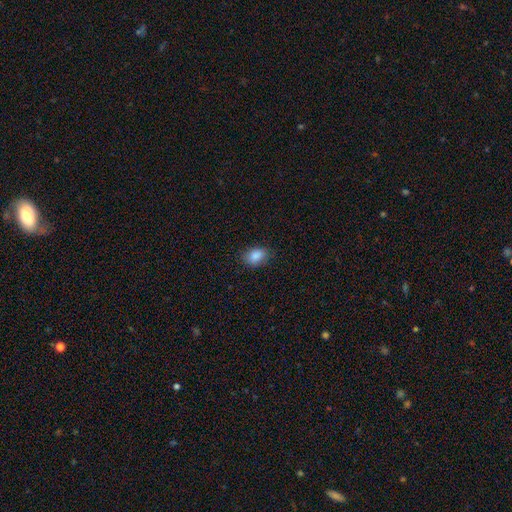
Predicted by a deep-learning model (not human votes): A smooth galaxy with no disk features (87%) that is in between round and cigar-shaped (75%). Merging: none (81%).